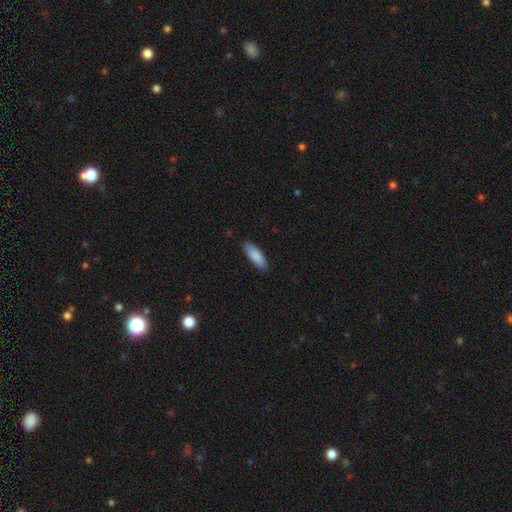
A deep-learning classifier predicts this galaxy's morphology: Smooth or featured? Predicted: smooth (p=0.88). How rounded? Predicted: in between (p=0.62). Merging? Predicted: none (p=0.87).